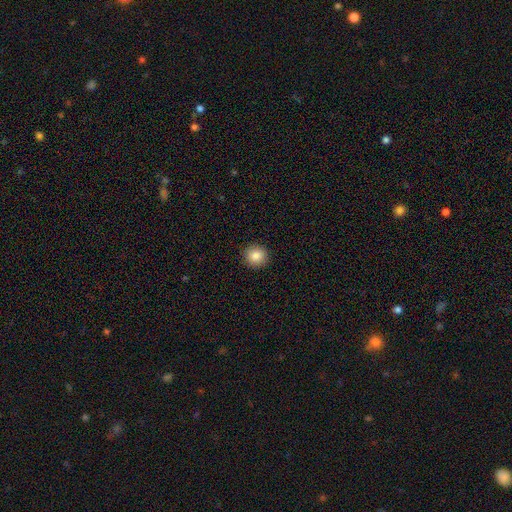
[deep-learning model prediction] smooth-or-featured: smooth: 85% | star or artifact: 9% | featured or disk: 6%
  how-rounded: round: 91% | in between: 8% | cigar-shaped: 1%
  merging: none: 92% | minor disturbance: 5% | major disturbance: 2% | merger: 1%